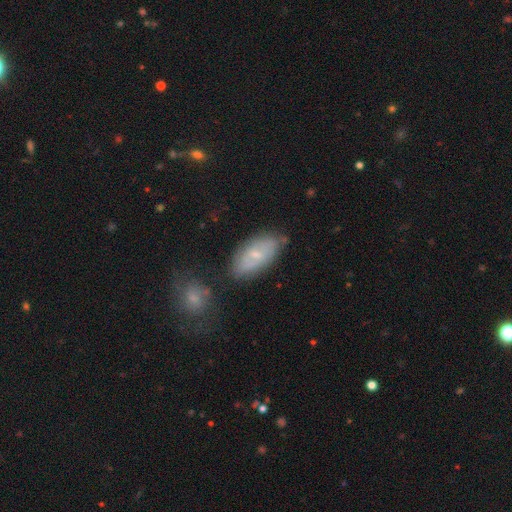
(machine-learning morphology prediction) smooth_or_featured: featured or disk (p=0.47) [alt: smooth p=0.45]
merging: none (p=0.68) [alt: minor disturbance p=0.20]